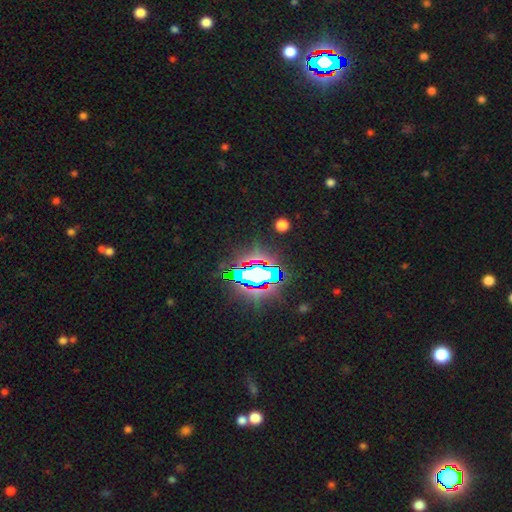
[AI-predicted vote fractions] smooth-or-featured: star or artifact: 82% | smooth: 10% | featured or disk: 8%